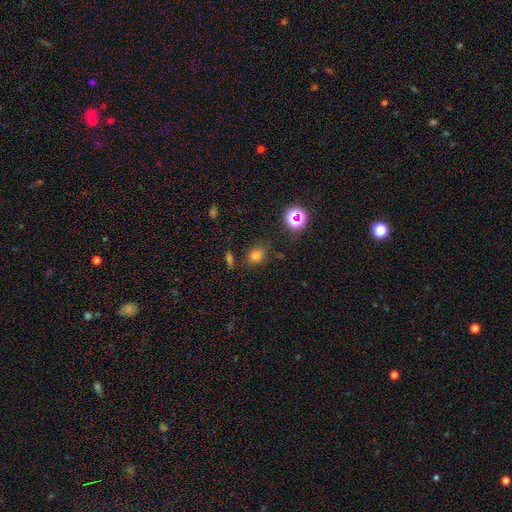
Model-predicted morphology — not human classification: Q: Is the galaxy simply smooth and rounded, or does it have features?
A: smooth — 72%.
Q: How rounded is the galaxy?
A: in between — 54%.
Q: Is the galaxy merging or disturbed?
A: none — 76%.